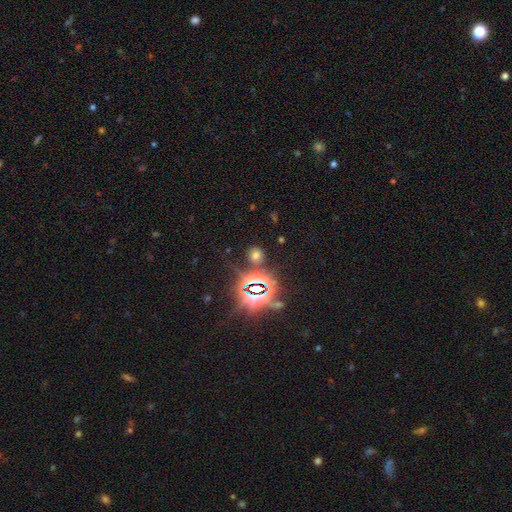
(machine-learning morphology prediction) This is possibly a smooth galaxy (49%). Merging: clearly none (82%).